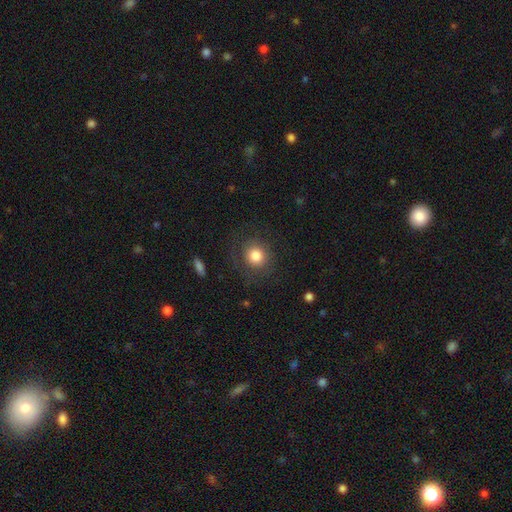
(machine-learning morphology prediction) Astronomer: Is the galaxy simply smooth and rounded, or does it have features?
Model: smooth — 81%.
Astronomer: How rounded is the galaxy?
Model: round — 86%.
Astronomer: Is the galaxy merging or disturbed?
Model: none — 79%.